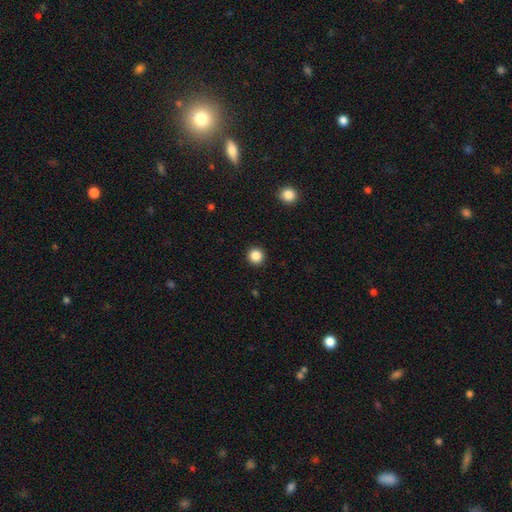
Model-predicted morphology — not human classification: Q: Smooth or featured?
A: smooth (86%); runner-up: star or artifact (11%)
Q: How rounded?
A: round (95%); runner-up: in between (4%)
Q: Merging?
A: none (93%); runner-up: minor disturbance (4%)